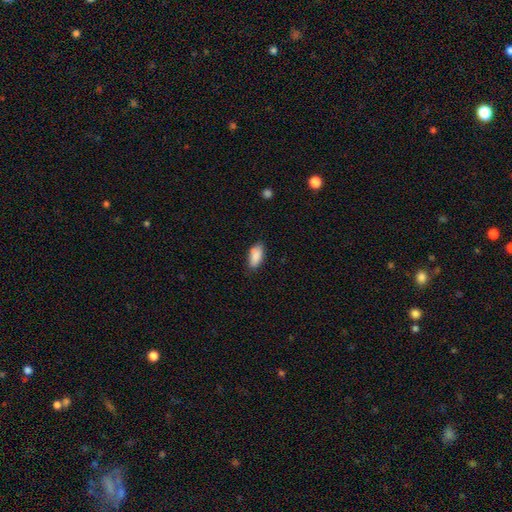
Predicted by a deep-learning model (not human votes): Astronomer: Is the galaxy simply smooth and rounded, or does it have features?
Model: smooth — 88%.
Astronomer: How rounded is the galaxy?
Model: in between — 88%.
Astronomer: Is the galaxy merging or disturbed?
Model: none — 78%.